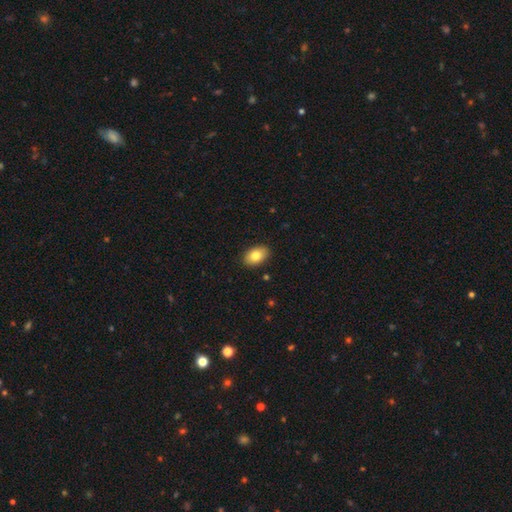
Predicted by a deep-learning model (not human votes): smooth_or_featured: smooth (p=0.83) [alt: featured or disk p=0.10]
how_rounded: in between (p=0.88) [alt: round p=0.10]
merging: none (p=0.89) [alt: minor disturbance p=0.08]